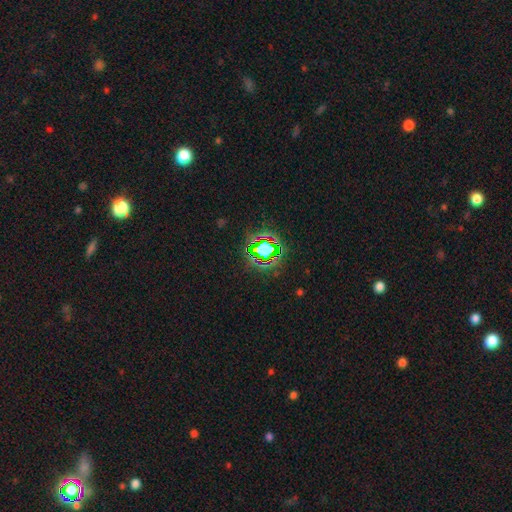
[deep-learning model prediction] Morphology: type=star or artifact (68%).